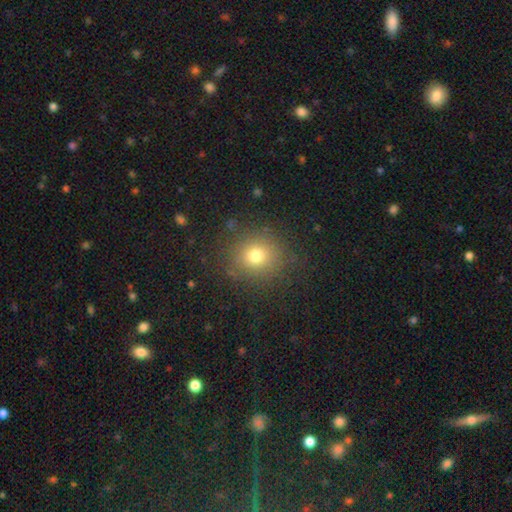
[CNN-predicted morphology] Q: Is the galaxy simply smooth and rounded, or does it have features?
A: smooth — 75%.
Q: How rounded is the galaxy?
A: round — 82%.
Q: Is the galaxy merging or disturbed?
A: none — 85%.